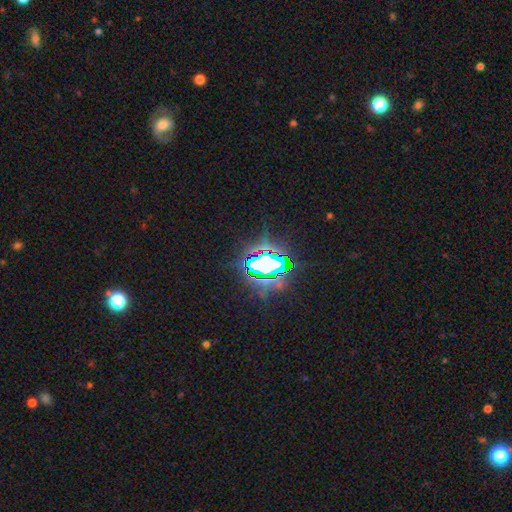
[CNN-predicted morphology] Smooth or featured? star or artifact (73%)